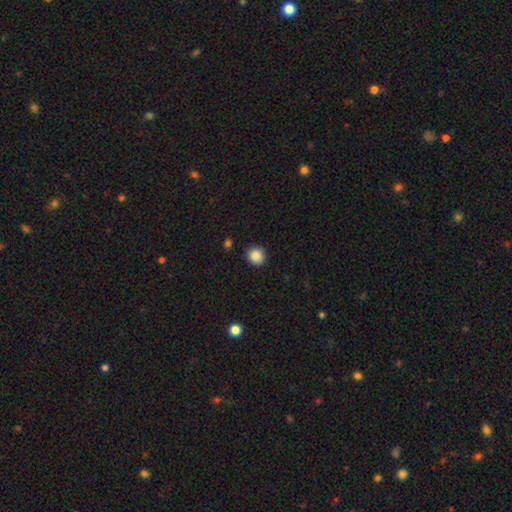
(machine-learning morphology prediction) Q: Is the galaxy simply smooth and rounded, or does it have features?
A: smooth — 88%.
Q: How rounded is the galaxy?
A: round — 86%.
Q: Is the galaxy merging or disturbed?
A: none — 89%.